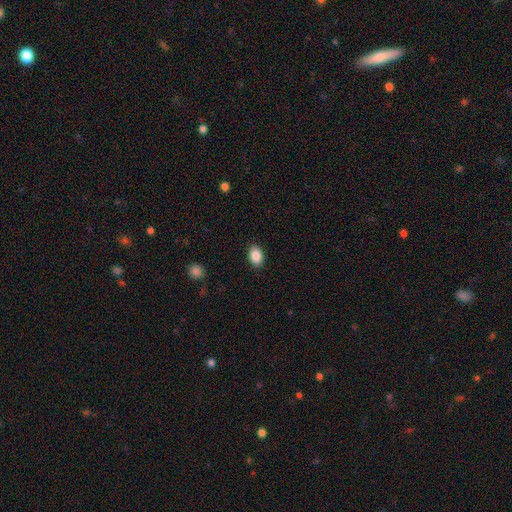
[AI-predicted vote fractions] Smooth or featured? Predicted: smooth (p=0.89). How rounded? Predicted: in between (p=0.85). Merging? Predicted: none (p=0.89).